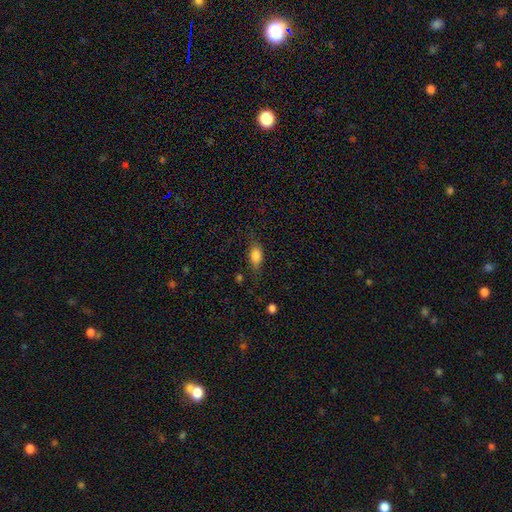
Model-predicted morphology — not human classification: The model was most divided on "merging": none: 68%, minor disturbance: 22%, major disturbance: 8%, merger: 2%. More confident: how rounded — in between (83%); smooth or featured — smooth (80%).